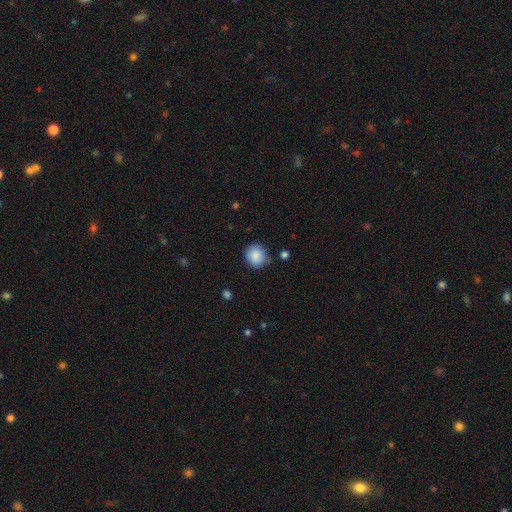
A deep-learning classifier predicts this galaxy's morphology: This is clearly a smooth galaxy (87%). How rounded: clearly round (90%). Merging: clearly none (83%).